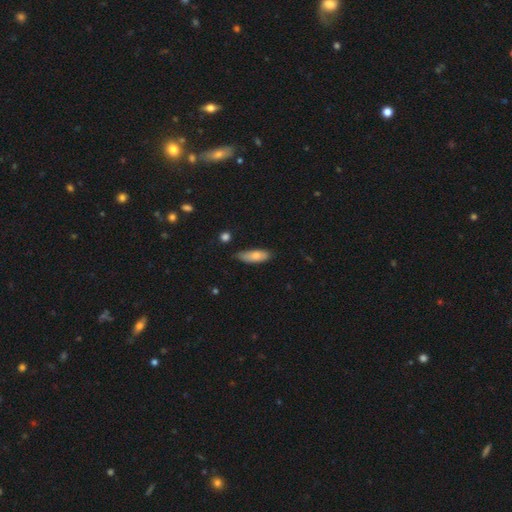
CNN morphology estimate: A smooth galaxy with no disk features (75%) that is in between round and cigar-shaped (63%).

Vote fractions:
- Smooth or featured? smooth: 75% / featured or disk: 19% / star or artifact: 6%
- How rounded? in between: 63% / cigar-shaped: 34% / round: 2%
- Merging? none: 66% / minor disturbance: 27% / major disturbance: 4% / merger: 2%